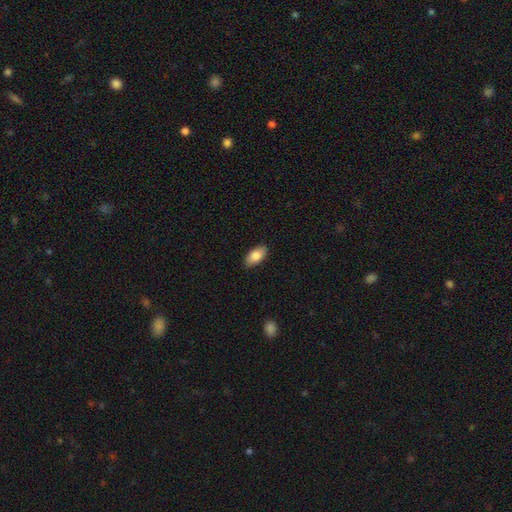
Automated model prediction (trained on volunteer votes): This appears to be a smooth galaxy with no disk features (83%) that is in between round and cigar-shaped (93%). Merging: none (89%).